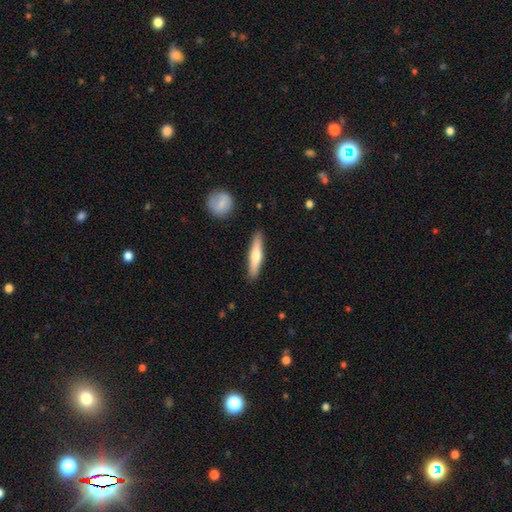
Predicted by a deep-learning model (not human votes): Smooth or featured? Predicted: smooth (p=0.55). How rounded? Predicted: cigar-shaped (p=0.85). Merging? Predicted: none (p=0.89).